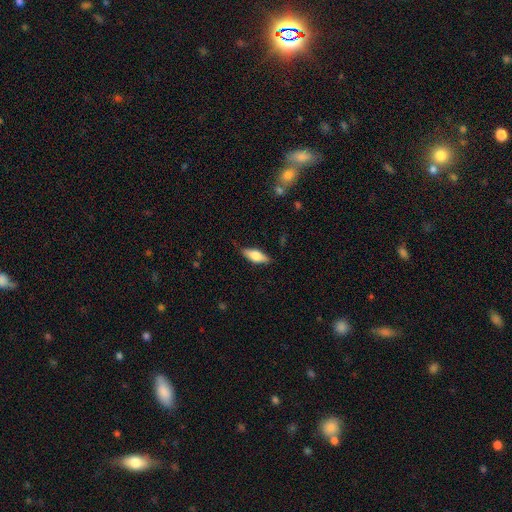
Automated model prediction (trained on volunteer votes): Overall: smooth (64%; featured or disk 30%). How rounded: in between (69%). Merging: none (81%).